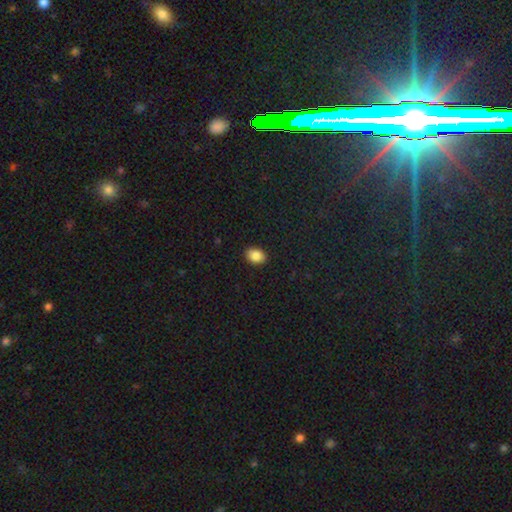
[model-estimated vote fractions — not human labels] A smooth galaxy with no disk features (87%) that is in between round and cigar-shaped (73%). Merging: none (90%).